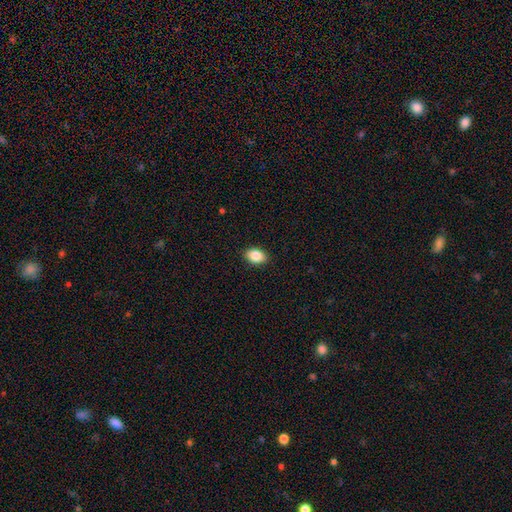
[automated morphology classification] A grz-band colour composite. It shows a smooth galaxy with no disk features (87%) that is in between round and cigar-shaped (83%). Merging: none (89%).